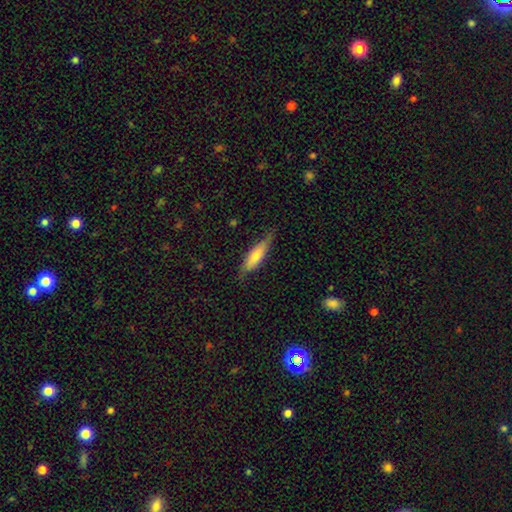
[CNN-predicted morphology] type=smooth (60%); roundness=cigar-shaped (66%); merging=none (75%).